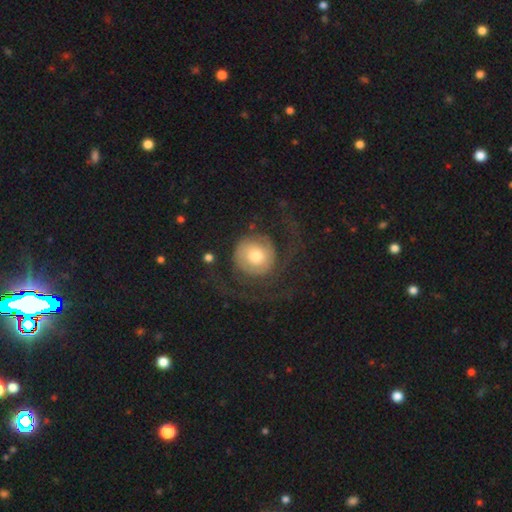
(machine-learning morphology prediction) Smooth or featured?
  - featured or disk: 51% *
  - smooth: 42%
  - star or artifact: 7%
Edge-on disk?
  - no: 97% *
  - yes: 3%
Merging?
  - none: 50% *
  - major disturbance: 35%
  - minor disturbance: 12%
  - merger: 2%